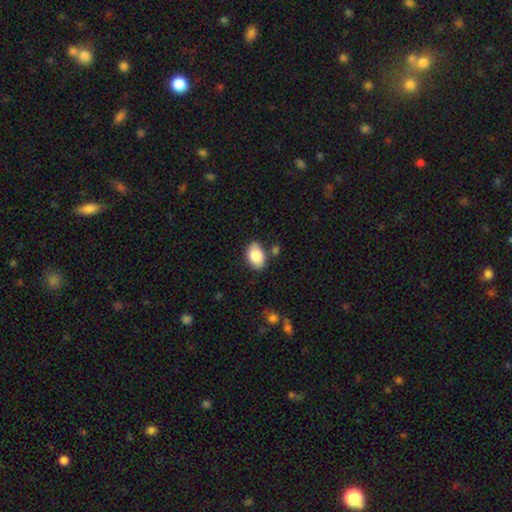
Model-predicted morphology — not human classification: Smooth or featured? Predicted: smooth (p=0.86). How rounded? Predicted: in between (p=0.87). Merging? Predicted: none (p=0.74).